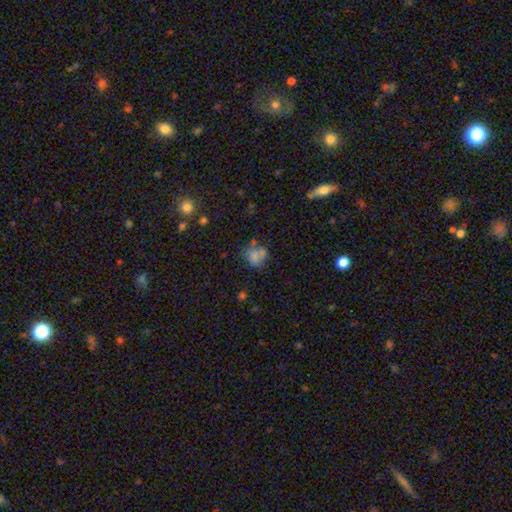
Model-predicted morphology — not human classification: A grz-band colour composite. It shows a smooth galaxy with no disk features (68%) that is round (65%). Merging: none (46%).